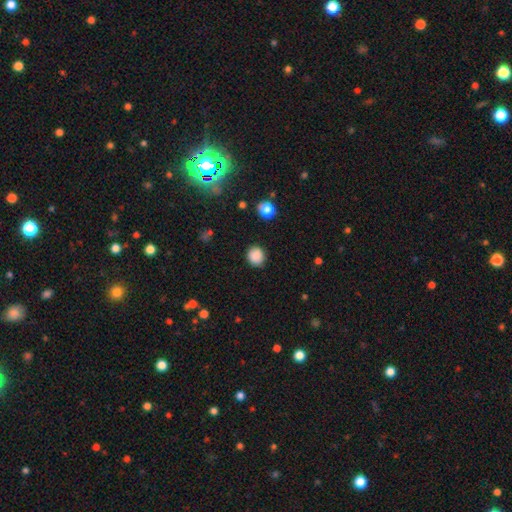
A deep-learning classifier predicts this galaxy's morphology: type=smooth (86%); roundness=round (80%); merging=none (86%).